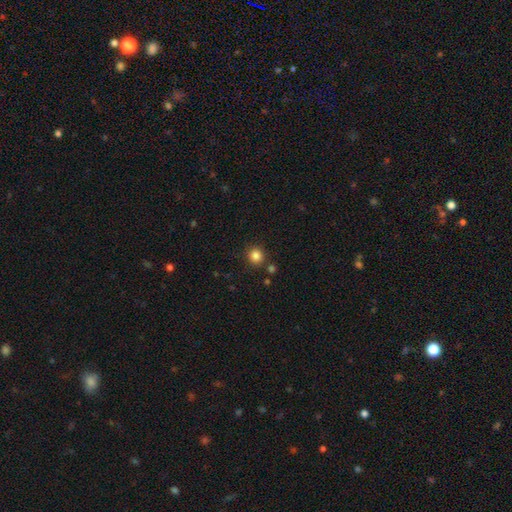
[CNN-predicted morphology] type=smooth (84%); roundness=round (90%); merging=none (85%).